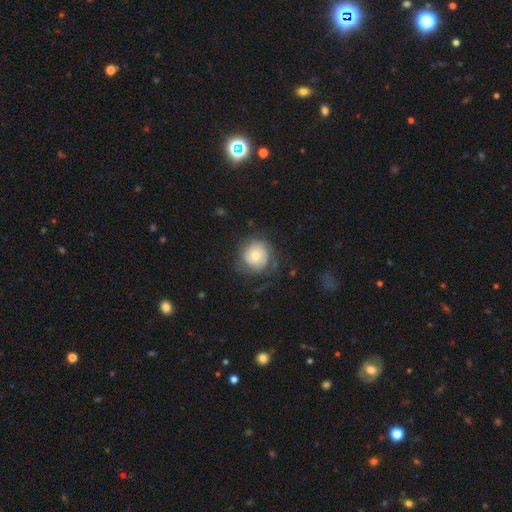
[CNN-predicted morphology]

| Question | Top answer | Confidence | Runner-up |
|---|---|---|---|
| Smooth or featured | featured or disk | 48% | smooth (44%) |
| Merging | none | 66% | minor disturbance (21%) |